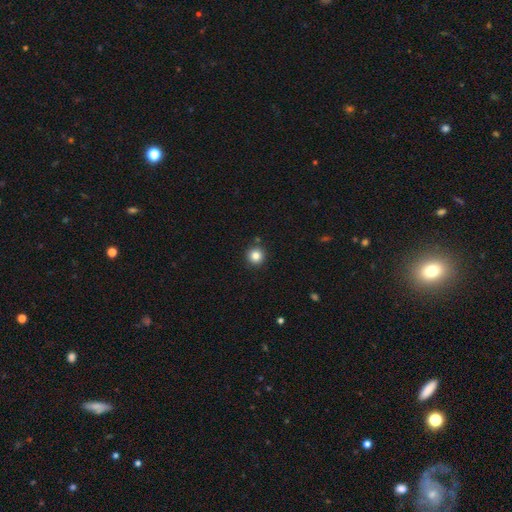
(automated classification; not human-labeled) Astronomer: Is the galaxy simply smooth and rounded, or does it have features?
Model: smooth — 83%.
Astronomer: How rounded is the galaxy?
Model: round — 95%.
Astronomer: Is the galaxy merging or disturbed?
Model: none — 89%.